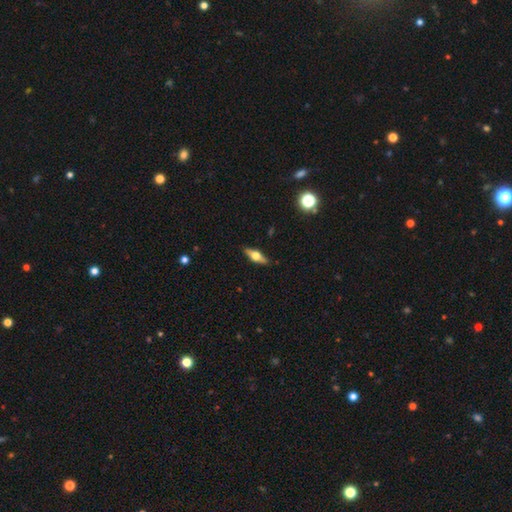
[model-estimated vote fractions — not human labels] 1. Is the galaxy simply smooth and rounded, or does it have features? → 57% featured or disk, 36% smooth, 7% star or artifact.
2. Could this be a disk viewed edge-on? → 92% yes, 8% no.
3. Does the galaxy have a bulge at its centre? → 94% rounded, 4% boxy, 2% none.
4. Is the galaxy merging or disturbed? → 88% none, 9% minor disturbance, 2% major disturbance, 1% merger.